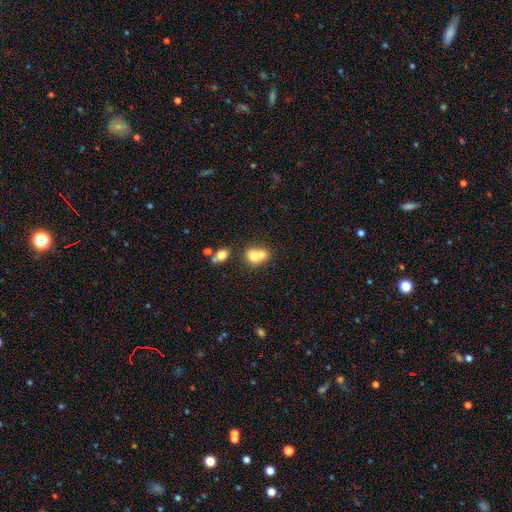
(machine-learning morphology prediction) smooth_or_featured: smooth (p=0.71) [alt: featured or disk p=0.19]
how_rounded: round (p=0.56) [alt: in between p=0.43]
merging: merger (p=0.67) [alt: none p=0.23]